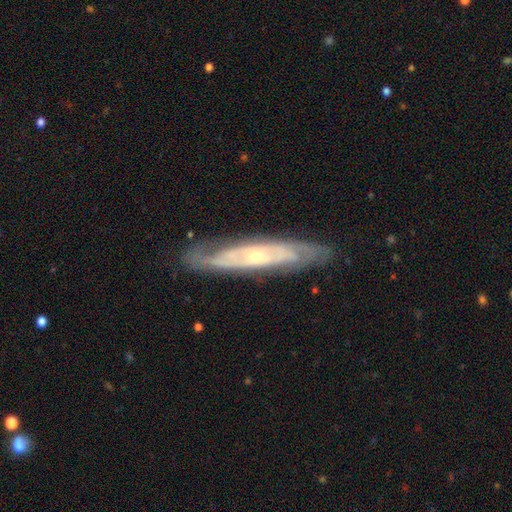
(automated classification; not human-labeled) Morphology: type=featured or disk (80%); edge-on=no (62%); merging=none (81%).